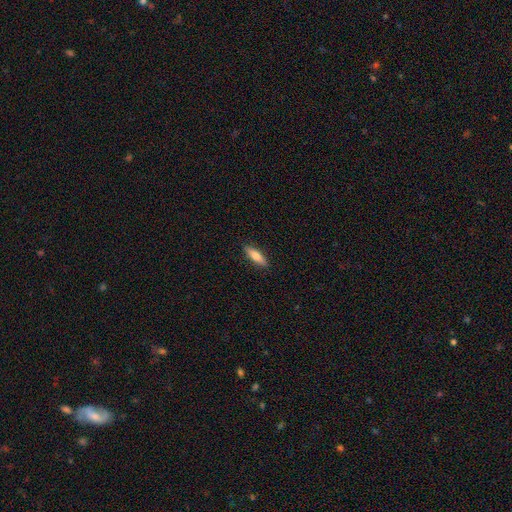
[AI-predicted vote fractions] Smooth or featured? Predicted: smooth (p=0.75). How rounded? Predicted: cigar-shaped (p=0.56). Merging? Predicted: none (p=0.89).